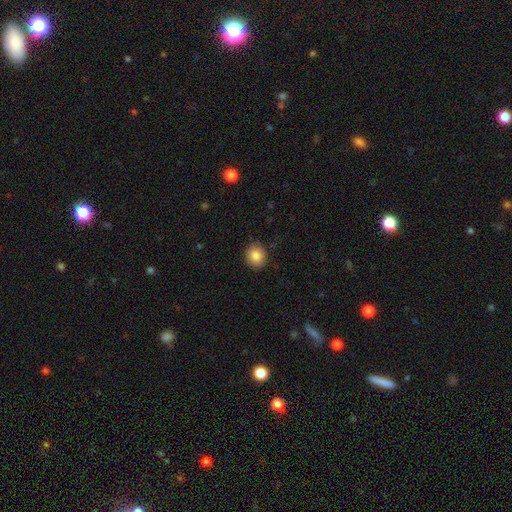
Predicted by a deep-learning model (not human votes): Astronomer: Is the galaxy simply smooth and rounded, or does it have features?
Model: smooth — 85%.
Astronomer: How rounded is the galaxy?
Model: round — 79%.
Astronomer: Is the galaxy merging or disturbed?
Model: none — 87%.